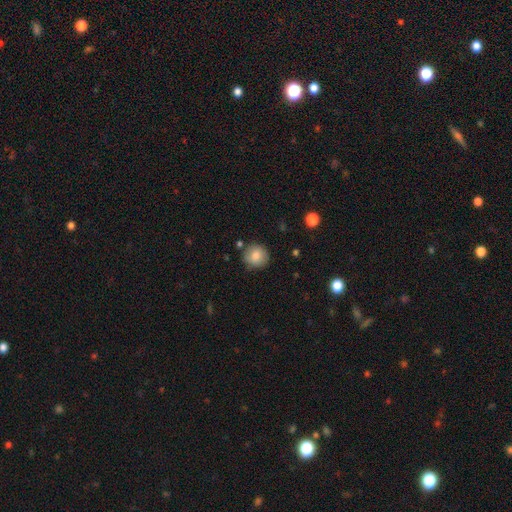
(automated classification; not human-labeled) smooth-or-featured: smooth: 82% | featured or disk: 9% | star or artifact: 8%
  how-rounded: round: 91% | in between: 8% | cigar-shaped: 1%
  merging: none: 84% | minor disturbance: 11% | merger: 3% | major disturbance: 2%